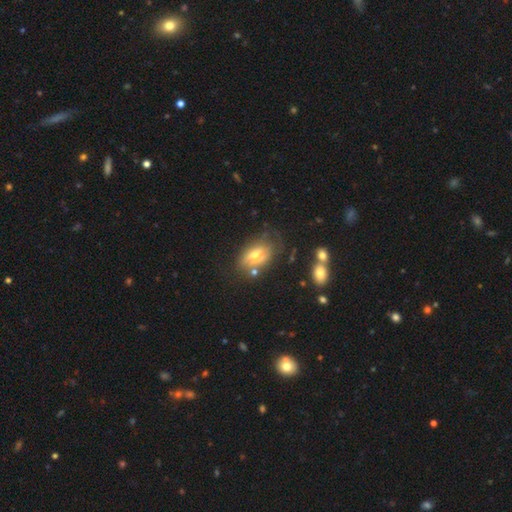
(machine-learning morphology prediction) This is possibly a featured or disk galaxy (53%). It is clearly not viewed edge-on (84%). Merging: possibly none (54%).